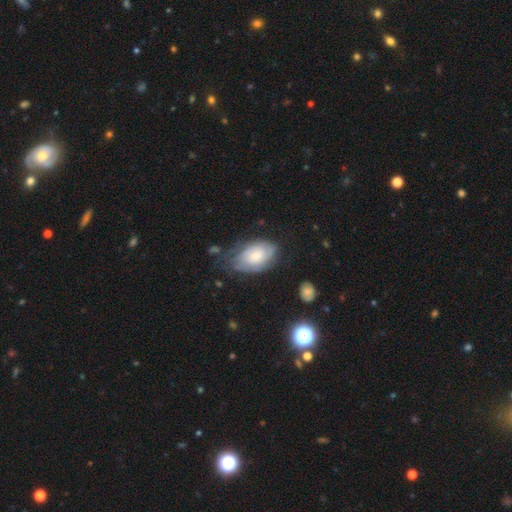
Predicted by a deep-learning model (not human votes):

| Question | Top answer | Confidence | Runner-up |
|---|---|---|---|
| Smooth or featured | featured or disk | 58% | smooth (36%) |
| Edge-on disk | no | 95% | yes (5%) |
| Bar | no | 70% | weak (26%) |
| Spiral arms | yes | 82% | no (18%) |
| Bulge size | moderate | 46% | small (42%) |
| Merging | none | 57% | minor disturbance (28%) |